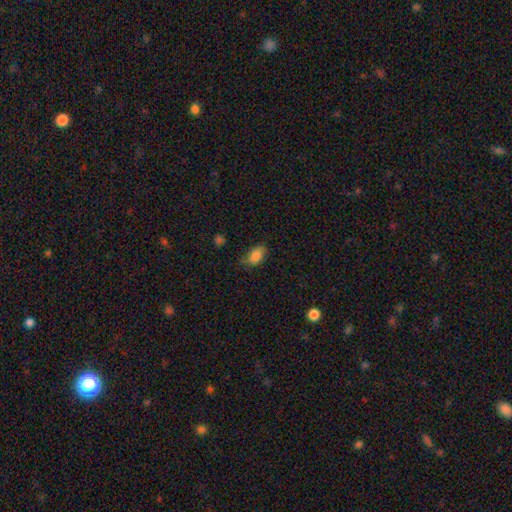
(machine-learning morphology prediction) Smooth or featured? smooth (83%)
How rounded? in between (88%)
Merging? none (63%)